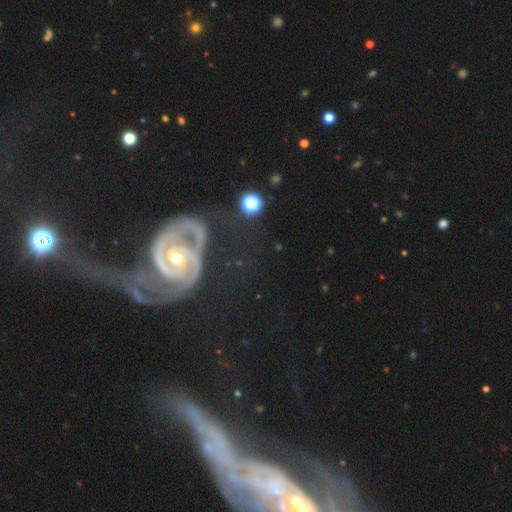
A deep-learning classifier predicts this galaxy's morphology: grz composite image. It shows a featured or disk galaxy (80%) with no bar (55%), 2 (71%) tight (41%) spiral arms (86%) and a small central bulge (48%). Merging: none (40%).